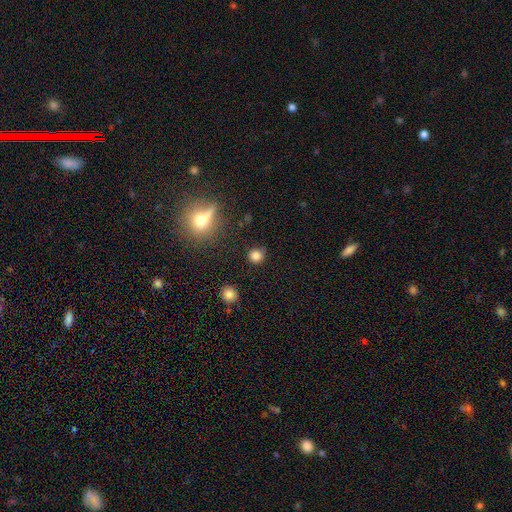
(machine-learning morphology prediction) Smooth or featured? smooth (82%)
How rounded? round (90%)
Merging? none (84%)